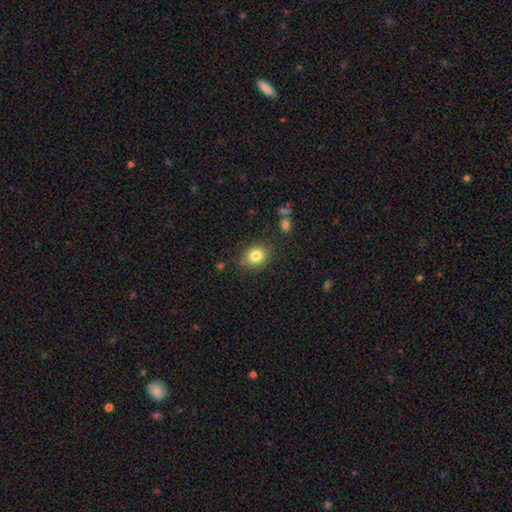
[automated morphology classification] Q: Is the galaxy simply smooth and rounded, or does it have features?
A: smooth — 83%.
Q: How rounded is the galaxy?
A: round — 63%.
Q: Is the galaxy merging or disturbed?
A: none — 82%.